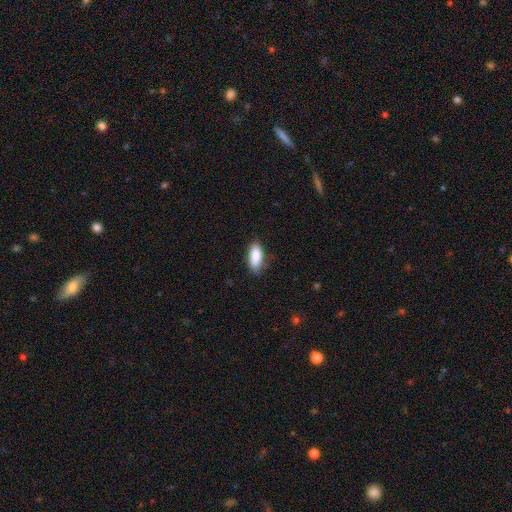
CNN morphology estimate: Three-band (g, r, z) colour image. It shows a smooth galaxy with no disk features (87%) that is in between round and cigar-shaped (81%). Merging: none (73%).